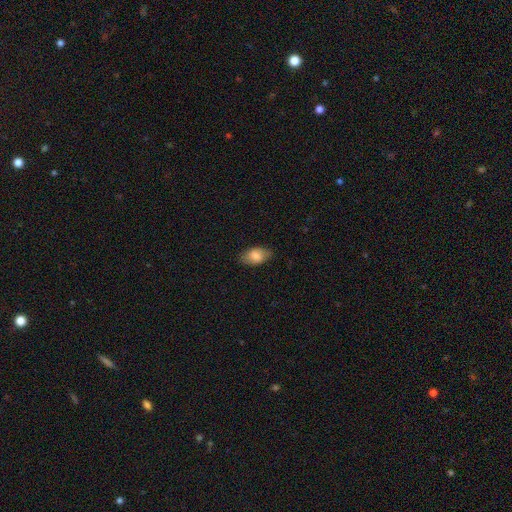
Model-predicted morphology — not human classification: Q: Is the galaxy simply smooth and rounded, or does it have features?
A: smooth — 82%.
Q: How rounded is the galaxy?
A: in between — 92%.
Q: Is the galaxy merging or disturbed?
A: none — 82%.